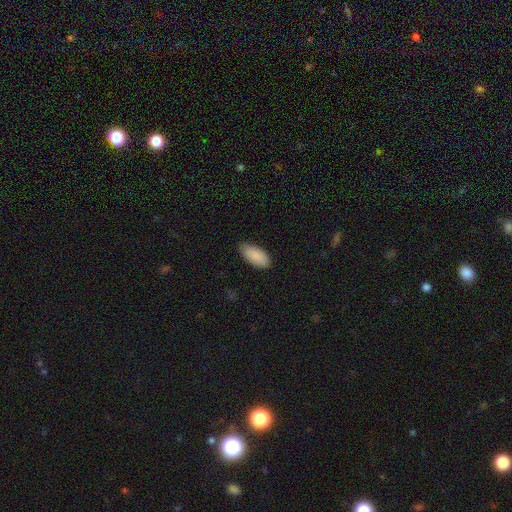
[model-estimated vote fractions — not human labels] smooth 90%, star or artifact 6%, featured or disk 4%. Down the decision tree: how rounded — in between (91%); merging — none (77%).